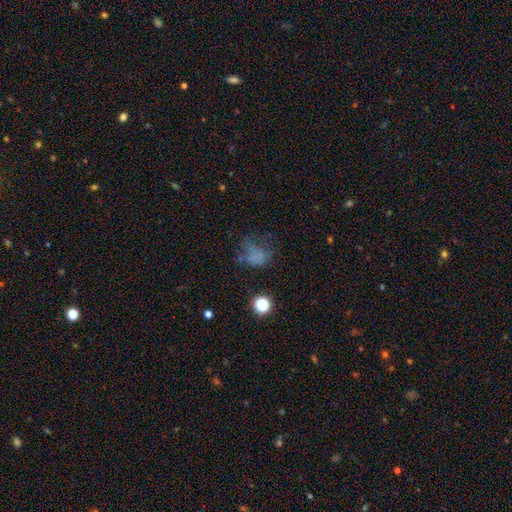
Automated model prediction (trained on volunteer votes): Smooth or featured? Predicted: smooth (p=0.56). How rounded? Predicted: round (p=0.53). Merging? Predicted: none (p=0.43).